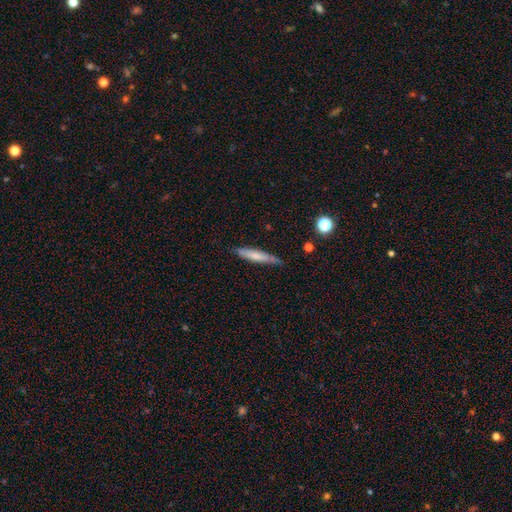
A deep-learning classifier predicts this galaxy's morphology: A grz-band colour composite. It shows a smooth galaxy with no disk features (67%) that is cigar-shaped (89%). Merging: none (72%).